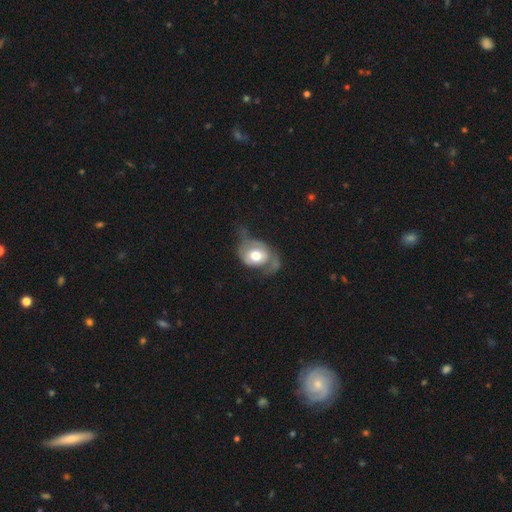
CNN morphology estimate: smooth-or-featured: featured or disk: 51% | smooth: 43% | star or artifact: 6%
  disk-edge-on: no: 93% | yes: 7%
  merging: major disturbance: 43% | minor disturbance: 26% | none: 26% | merger: 5%